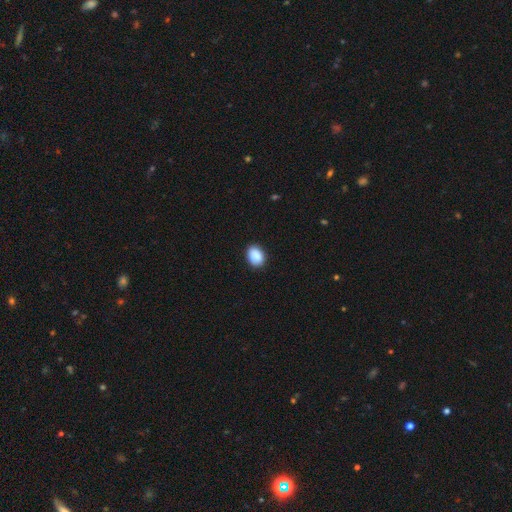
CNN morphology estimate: Smooth or featured? smooth (90%)
How rounded? in between (69%)
Merging? none (87%)